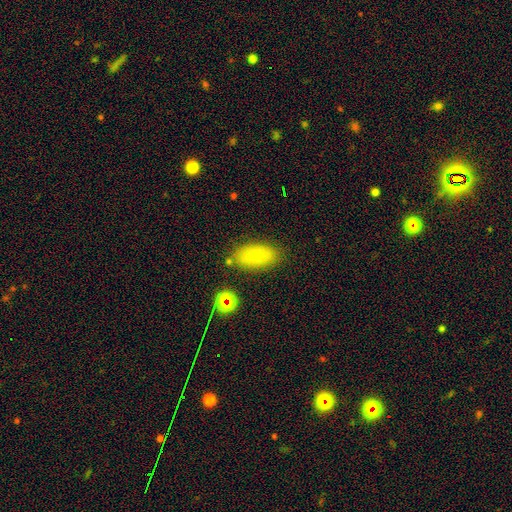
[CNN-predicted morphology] This appears to be a smooth galaxy with no disk features (76%) that is in between round and cigar-shaped (90%). Merging: none (82%).